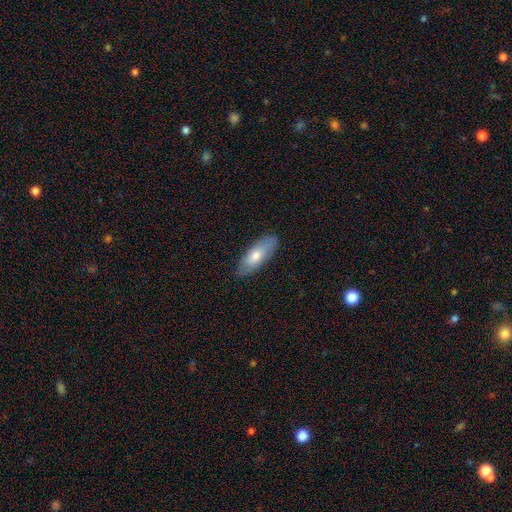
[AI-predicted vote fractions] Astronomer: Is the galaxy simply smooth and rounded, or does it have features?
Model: smooth — 69%.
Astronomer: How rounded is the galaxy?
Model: in between — 71%.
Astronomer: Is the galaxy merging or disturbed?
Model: none — 85%.